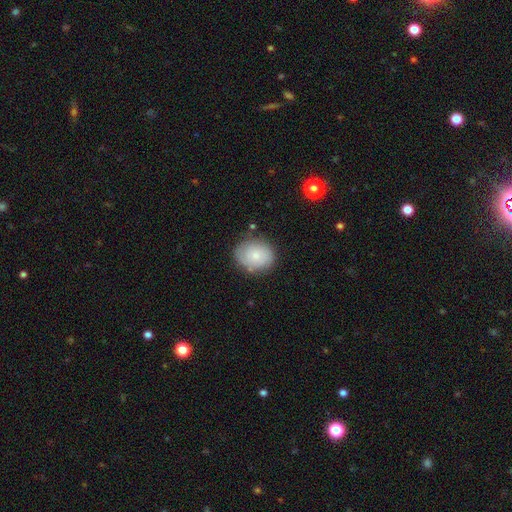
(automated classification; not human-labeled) This appears to be a smooth galaxy with no disk features (74%) that is round (61%). Merging: none (77%).